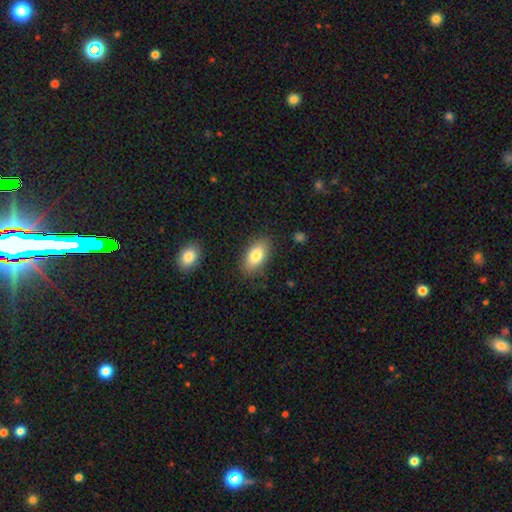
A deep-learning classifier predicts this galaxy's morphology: This appears to be a smooth galaxy with no disk features (81%) that is in between round and cigar-shaped (91%). Merging: none (84%).